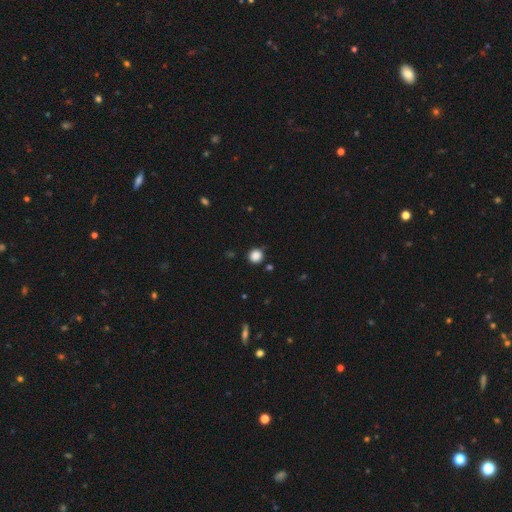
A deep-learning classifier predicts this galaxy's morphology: Q: Smooth or featured?
A: smooth (86%); runner-up: star or artifact (11%)
Q: How rounded?
A: round (93%); runner-up: in between (6%)
Q: Merging?
A: none (88%); runner-up: minor disturbance (8%)